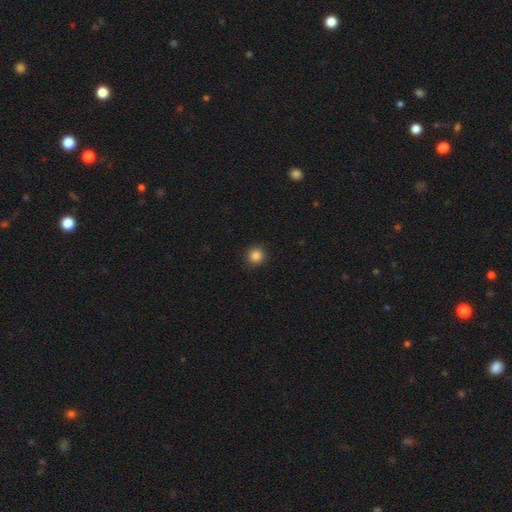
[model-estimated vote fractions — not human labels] Smooth or featured?
  - smooth: 86% *
  - star or artifact: 11%
  - featured or disk: 3%
How rounded?
  - round: 94% *
  - in between: 5%
  - cigar-shaped: 1%
Merging?
  - none: 91% *
  - minor disturbance: 6%
  - major disturbance: 2%
  - merger: 1%